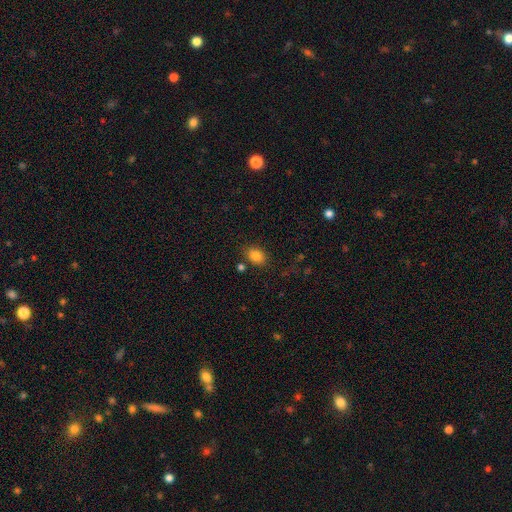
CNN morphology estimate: smooth 84%, star or artifact 10%, featured or disk 6%. Down the decision tree: how rounded — in between (68%); merging — none (78%).